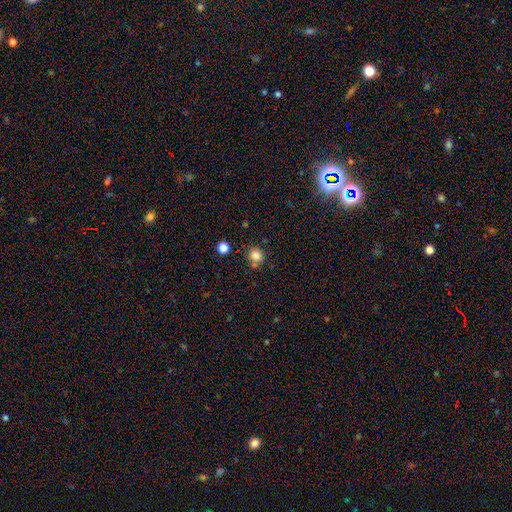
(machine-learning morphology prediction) smooth_or_featured: smooth (p=0.83) [alt: star or artifact p=0.13]
how_rounded: round (p=0.84) [alt: in between p=0.15]
merging: none (p=0.73) [alt: minor disturbance p=0.12]